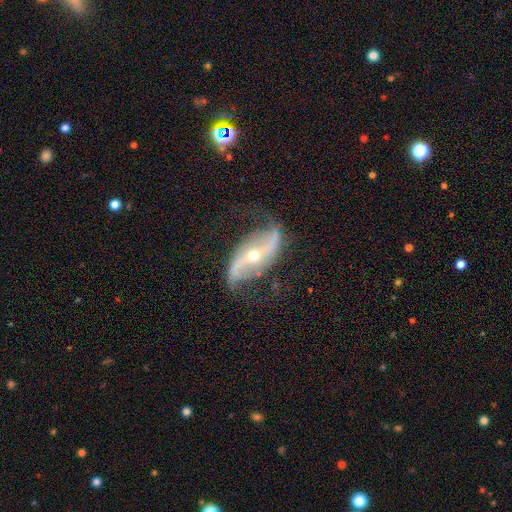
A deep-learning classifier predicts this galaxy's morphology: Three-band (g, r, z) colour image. It shows a featured or disk galaxy (87%) with a strong bar (40%), 2 (92%) loose (72%) spiral arms (94%) and a small central bulge (50%). Merging: none (71%).